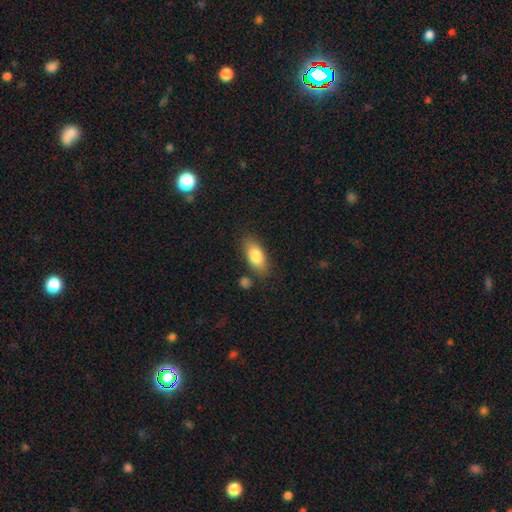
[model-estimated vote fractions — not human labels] The model was most divided on "merging": none: 80%, minor disturbance: 13%, merger: 5%, major disturbance: 3%. More confident: how rounded — in between (87%); smooth or featured — smooth (81%).